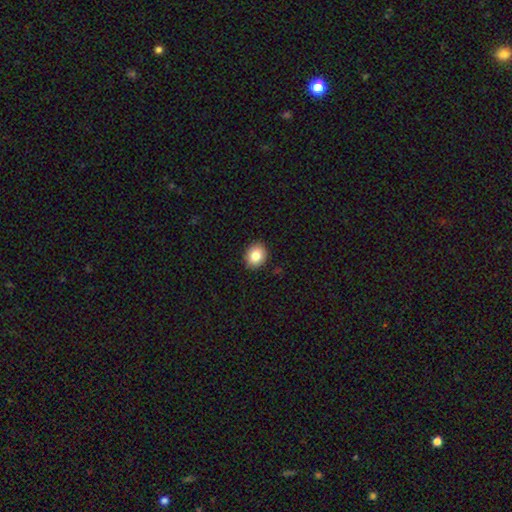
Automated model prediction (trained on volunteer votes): A smooth galaxy with no disk features (84%) that is round (58%). Merging: none (90%).